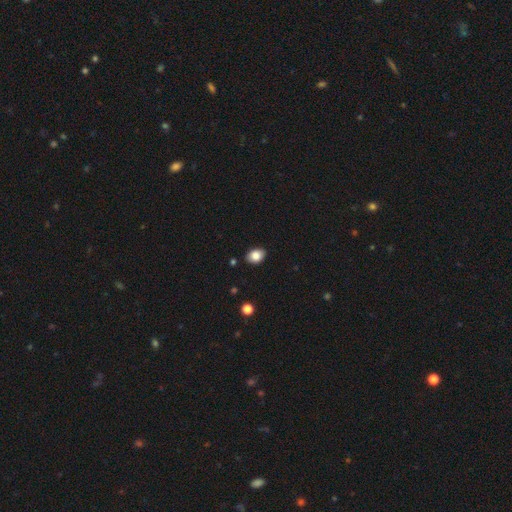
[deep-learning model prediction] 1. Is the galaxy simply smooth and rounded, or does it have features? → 86% smooth, 9% star or artifact, 6% featured or disk.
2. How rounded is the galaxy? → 72% in between, 26% round, 1% cigar-shaped.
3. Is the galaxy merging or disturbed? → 87% none, 9% minor disturbance, 2% major disturbance, 2% merger.